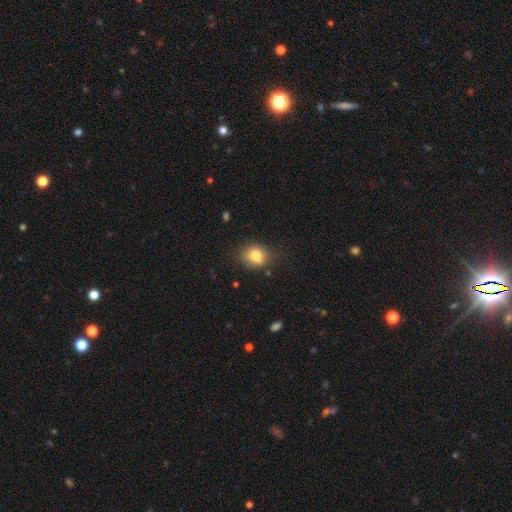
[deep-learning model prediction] Smooth or featured: smooth — 80% (featured or disk — 10%)
How rounded: in between — 54% (round — 45%)
Merging: none — 66% (minor disturbance — 24%)